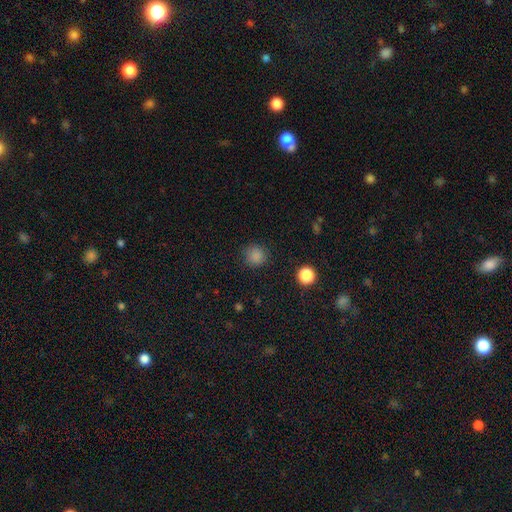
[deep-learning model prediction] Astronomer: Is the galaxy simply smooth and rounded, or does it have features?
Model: smooth — 84%.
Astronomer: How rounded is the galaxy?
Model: round — 91%.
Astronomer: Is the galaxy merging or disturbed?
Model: none — 88%.